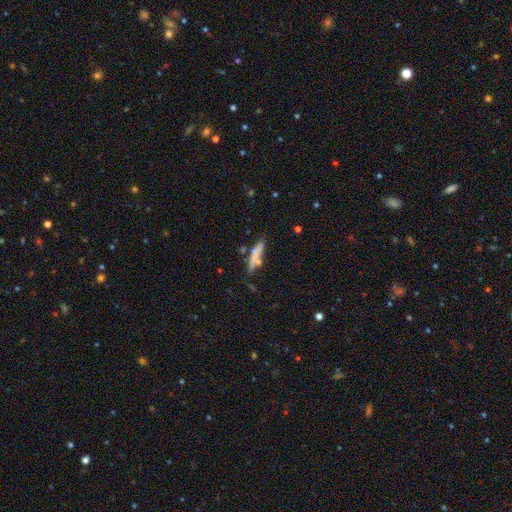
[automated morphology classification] This appears to be a smooth galaxy with no disk features (68%) that is cigar-shaped (82%). Merging: none (66%).